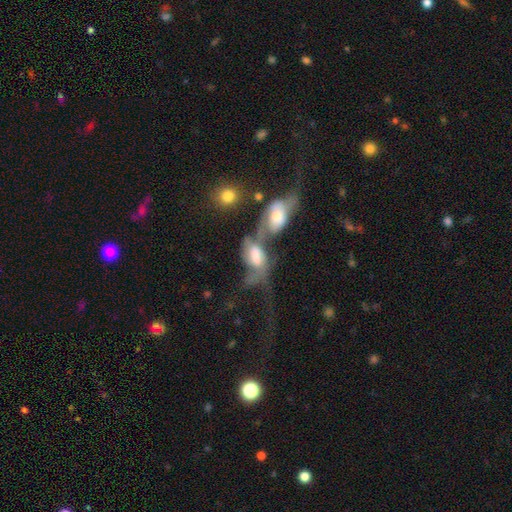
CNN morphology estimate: smooth-or-featured: featured or disk: 51% | smooth: 39% | star or artifact: 10%
  disk-edge-on: no: 91% | yes: 9%
  merging: merger: 69% | major disturbance: 15% | none: 9% | minor disturbance: 7%